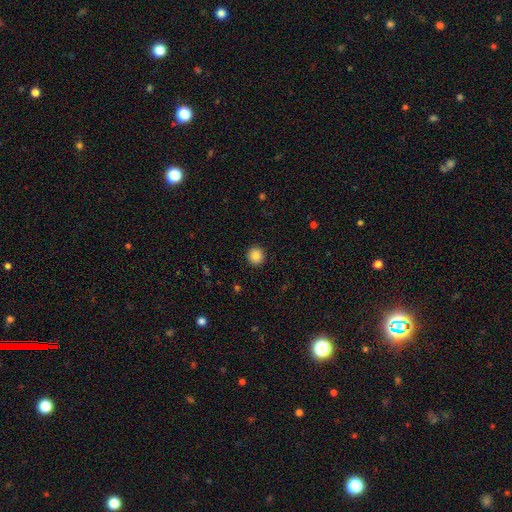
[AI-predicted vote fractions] Smooth or featured? Predicted: smooth (p=0.86). How rounded? Predicted: round (p=0.94). Merging? Predicted: none (p=0.93).